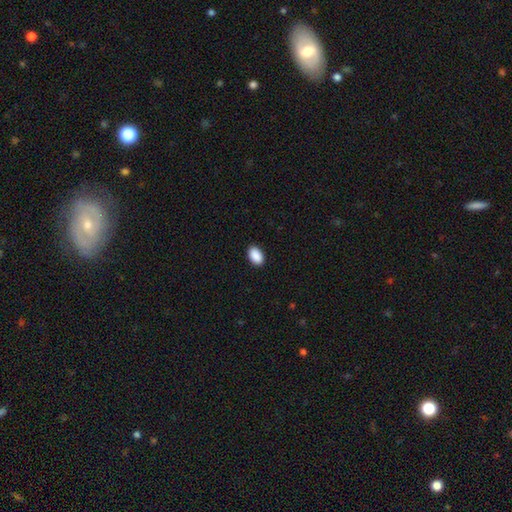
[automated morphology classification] This is clearly a smooth galaxy (91%). How rounded: clearly in between (92%). Merging: clearly none (91%).